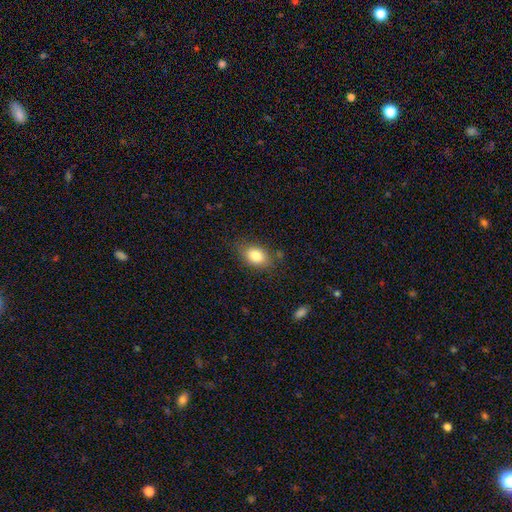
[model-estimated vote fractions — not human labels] A smooth galaxy with no disk features (83%) that is in between round and cigar-shaped (81%).

Vote fractions:
- Smooth or featured? smooth: 83% / featured or disk: 9% / star or artifact: 8%
- How rounded? in between: 81% / round: 17% / cigar-shaped: 2%
- Merging? none: 77% / minor disturbance: 17% / major disturbance: 4% / merger: 2%